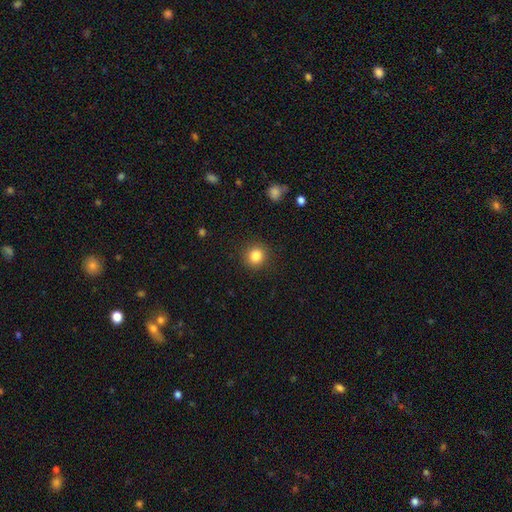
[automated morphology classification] Overall: smooth (84%). How rounded: round (90%). Merging: none (91%).